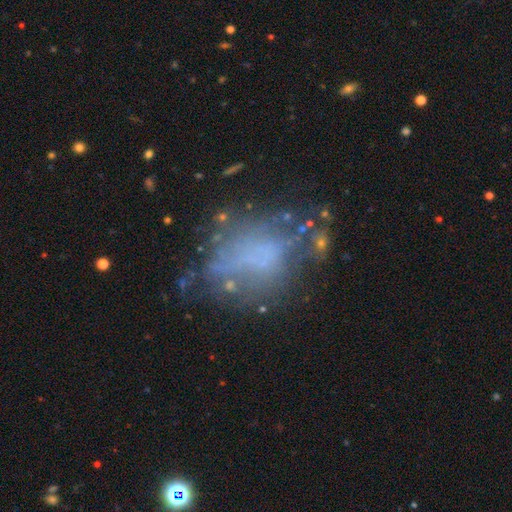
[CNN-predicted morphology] Smooth or featured: featured or disk — 45% (smooth — 36%)
Merging: none — 49% (major disturbance — 23%)